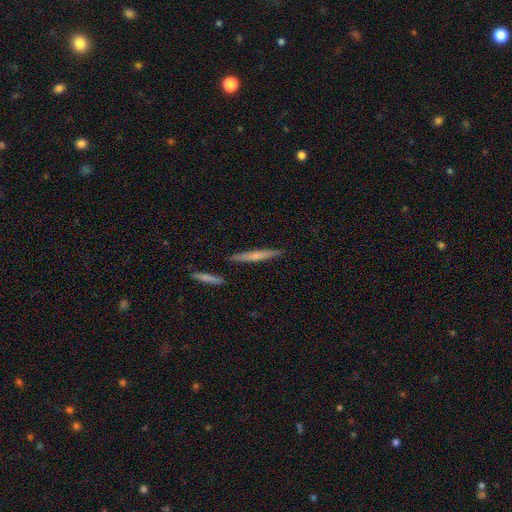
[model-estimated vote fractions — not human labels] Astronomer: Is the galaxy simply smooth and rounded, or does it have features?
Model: smooth — 52% (runner-up: featured or disk, 42%).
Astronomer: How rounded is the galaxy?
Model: cigar-shaped — 95%.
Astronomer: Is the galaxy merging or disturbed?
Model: none — 86%.